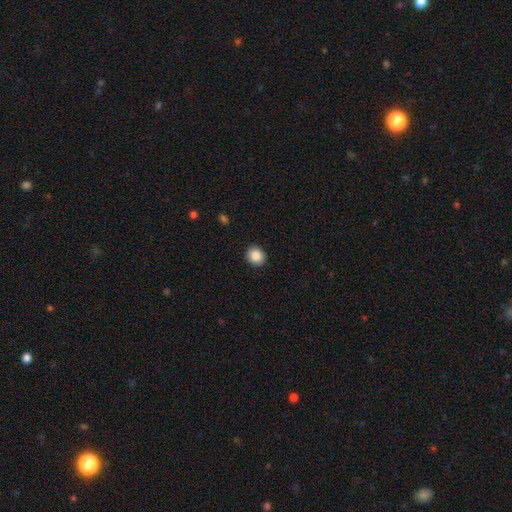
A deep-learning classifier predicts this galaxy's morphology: Smooth or featured? smooth (87%)
How rounded? round (80%)
Merging? none (91%)